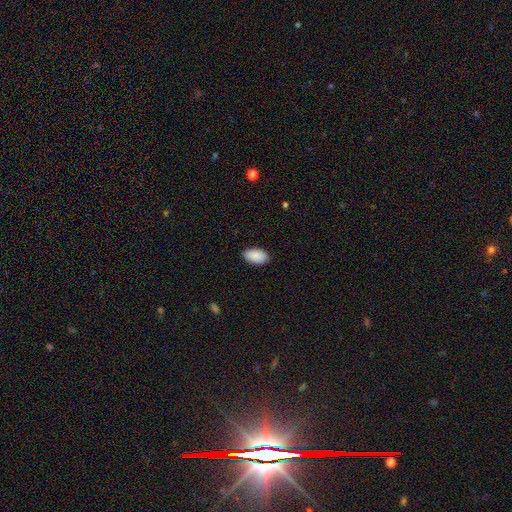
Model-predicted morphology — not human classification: Q: Smooth or featured?
A: smooth (91%); runner-up: star or artifact (6%)
Q: How rounded?
A: in between (95%); runner-up: round (3%)
Q: Merging?
A: none (89%); runner-up: minor disturbance (8%)